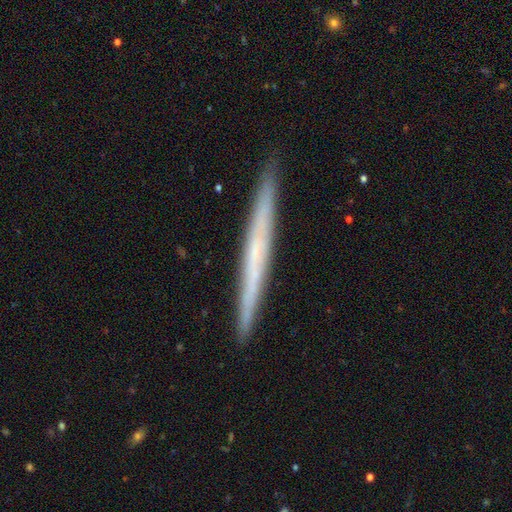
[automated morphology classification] smooth-or-featured: featured or disk: 57% | smooth: 36% | star or artifact: 6%
  disk-edge-on: yes: 97% | no: 3%
    edge-on-bulge: none: 83% | rounded: 13% | boxy: 4%
  merging: none: 92% | minor disturbance: 6% | major disturbance: 1% | merger: 1%